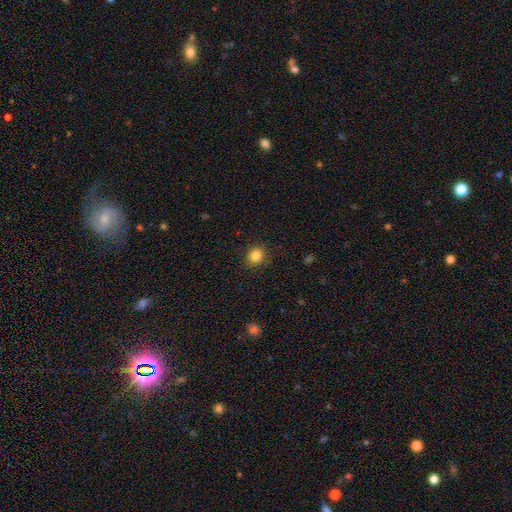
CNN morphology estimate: A smooth galaxy with no disk features (84%) that is round (82%). Merging: none (88%).